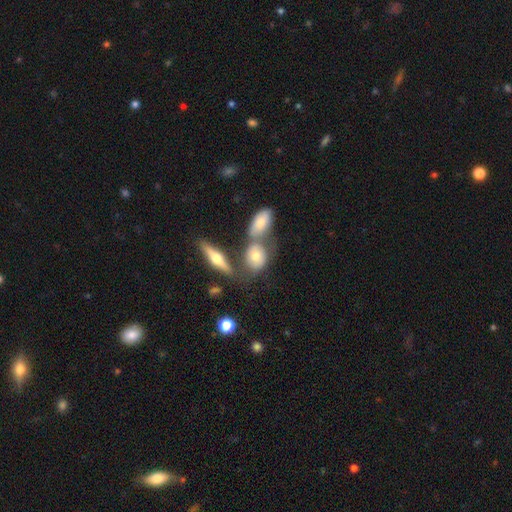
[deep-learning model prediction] A smooth galaxy with no disk features (61%) that is in between round and cigar-shaped (54%).

Vote fractions:
- Smooth or featured? smooth: 61% / featured or disk: 31% / star or artifact: 9%
- How rounded? in between: 54% / round: 39% / cigar-shaped: 7%
- Merging? none: 48% / merger: 31% / minor disturbance: 15% / major disturbance: 6%